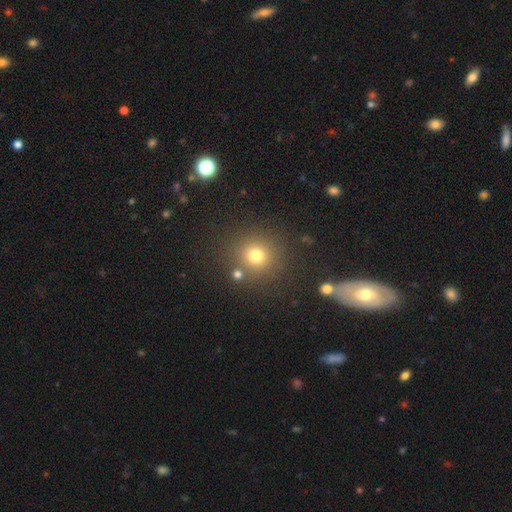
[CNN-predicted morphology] Smooth or featured? Predicted: smooth (p=0.74). How rounded? Predicted: round (p=0.90). Merging? Predicted: none (p=0.80).